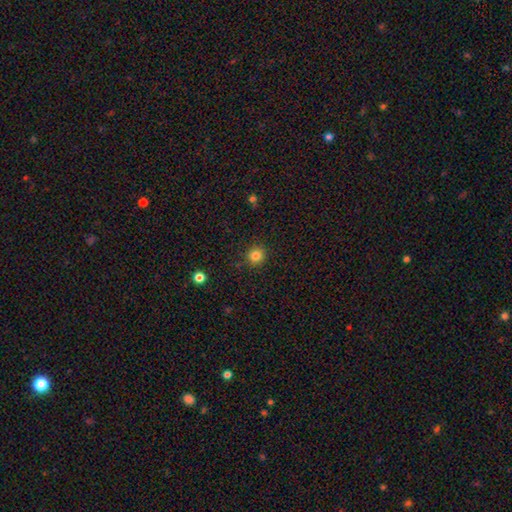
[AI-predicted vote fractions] smooth 83%, star or artifact 13%, featured or disk 5%. Down the decision tree: how rounded — round (93%); merging — none (90%).